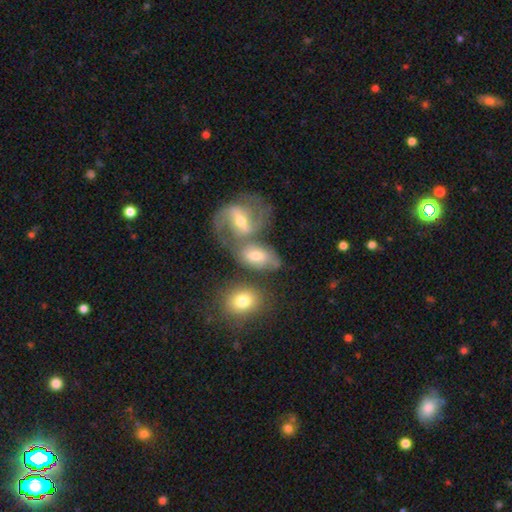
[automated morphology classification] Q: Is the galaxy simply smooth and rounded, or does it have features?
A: featured or disk — 59%.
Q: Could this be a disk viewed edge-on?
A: no — 94%.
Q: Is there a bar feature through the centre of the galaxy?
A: weak — 46%.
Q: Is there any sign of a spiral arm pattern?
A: yes — 82%.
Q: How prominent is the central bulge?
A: moderate — 60%.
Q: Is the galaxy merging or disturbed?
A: merger — 40%.